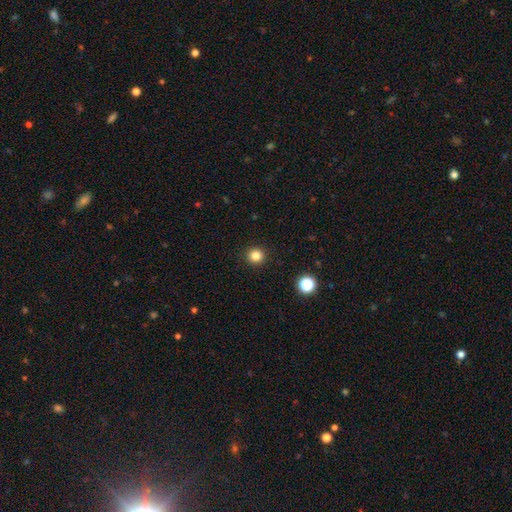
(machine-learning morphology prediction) Smooth or featured?
  - smooth: 83% *
  - star or artifact: 13%
  - featured or disk: 4%
How rounded?
  - round: 94% *
  - in between: 5%
  - cigar-shaped: 1%
Merging?
  - none: 93% *
  - minor disturbance: 4%
  - major disturbance: 2%
  - merger: 1%